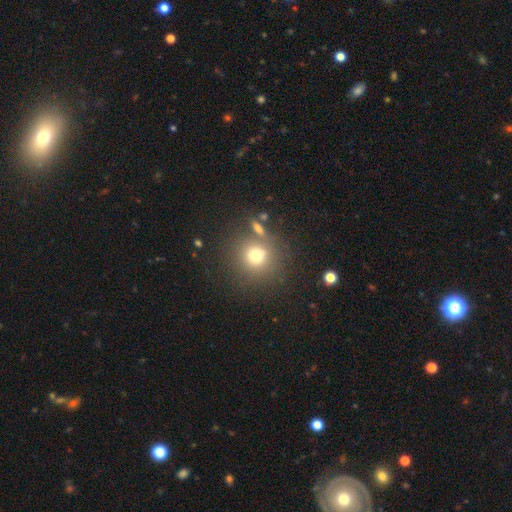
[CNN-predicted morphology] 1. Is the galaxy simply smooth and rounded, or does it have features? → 72% smooth, 16% star or artifact, 12% featured or disk.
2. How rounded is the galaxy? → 90% round, 9% in between, 1% cigar-shaped.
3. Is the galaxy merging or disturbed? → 72% none, 12% merger, 10% minor disturbance, 5% major disturbance.